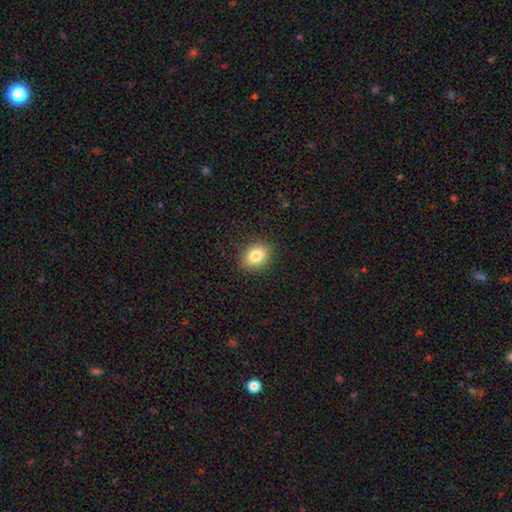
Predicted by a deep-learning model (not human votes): Overall: smooth (82%). How rounded: in between (61%; round 37%). Merging: none (87%).